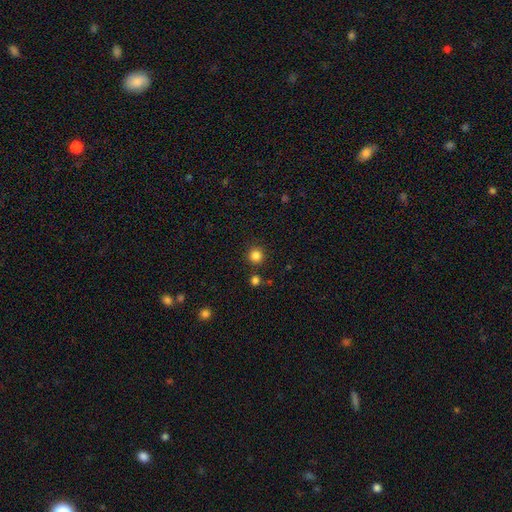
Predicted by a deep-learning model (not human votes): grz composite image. It shows a smooth galaxy with no disk features (83%) that is round (95%). Merging: none (88%).